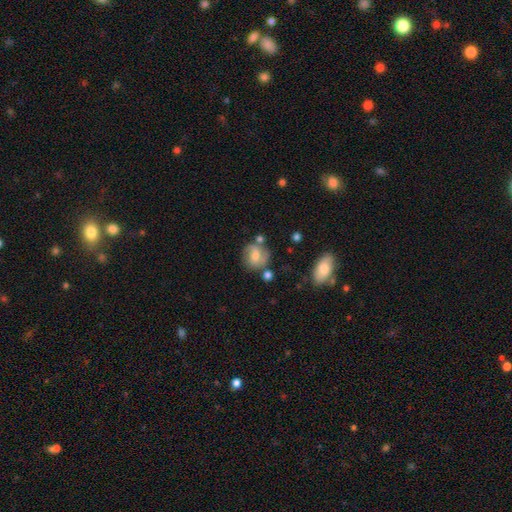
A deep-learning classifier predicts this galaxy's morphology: smooth_or_featured: smooth (p=0.52) [alt: featured or disk p=0.39]
how_rounded: round (p=0.74) [alt: in between p=0.25]
merging: none (p=0.62) [alt: minor disturbance p=0.20]